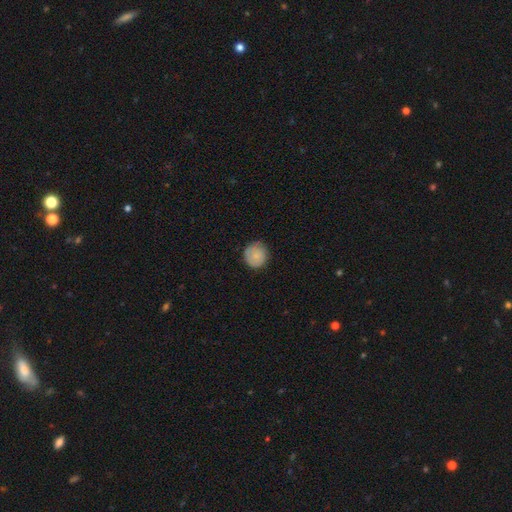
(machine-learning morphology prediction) A smooth galaxy with no disk features (82%) that is round (90%). Merging: none (82%).